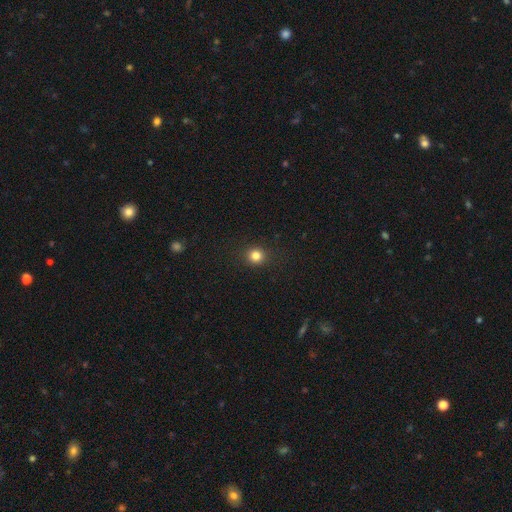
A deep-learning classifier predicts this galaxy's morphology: Smooth or featured? smooth (83%)
How rounded? round (89%)
Merging? none (91%)